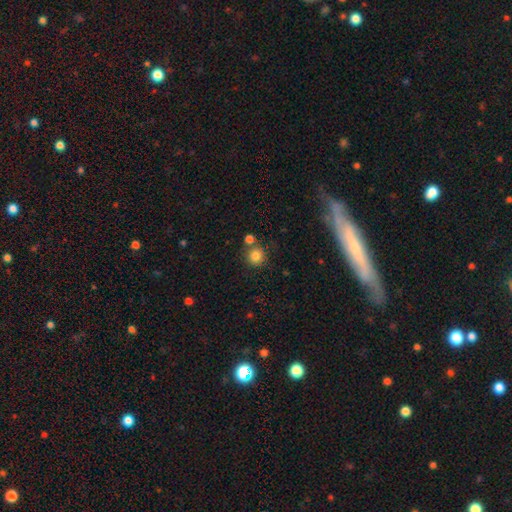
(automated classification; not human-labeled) Smooth or featured? smooth (82%)
How rounded? round (91%)
Merging? none (73%)